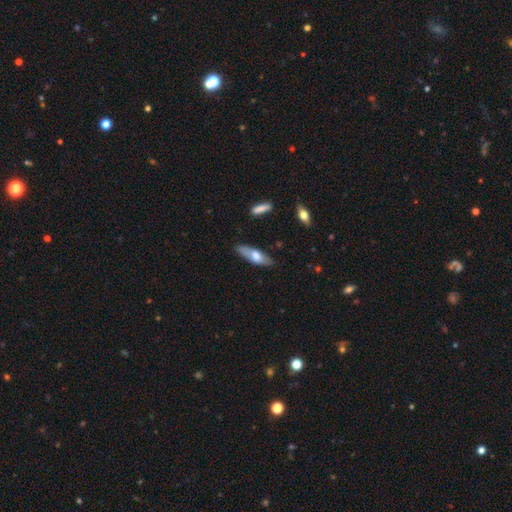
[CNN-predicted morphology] Smooth or featured: smooth — 60% (featured or disk — 34%)
How rounded: in between — 50% (cigar-shaped — 47%)
Merging: none — 79% (minor disturbance — 16%)